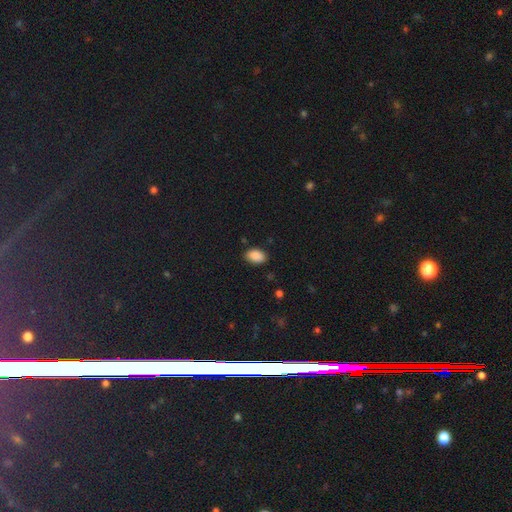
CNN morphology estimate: This appears to be a smooth galaxy with no disk features (89%) that is in between round and cigar-shaped (89%). Merging: none (85%).